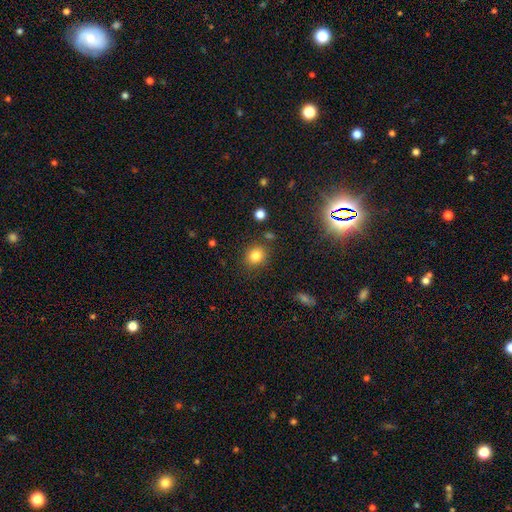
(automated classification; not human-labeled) smooth-or-featured: smooth: 82% | star or artifact: 12% | featured or disk: 6%
  how-rounded: round: 76% | in between: 23% | cigar-shaped: 1%
  merging: none: 84% | minor disturbance: 9% | merger: 4% | major disturbance: 3%